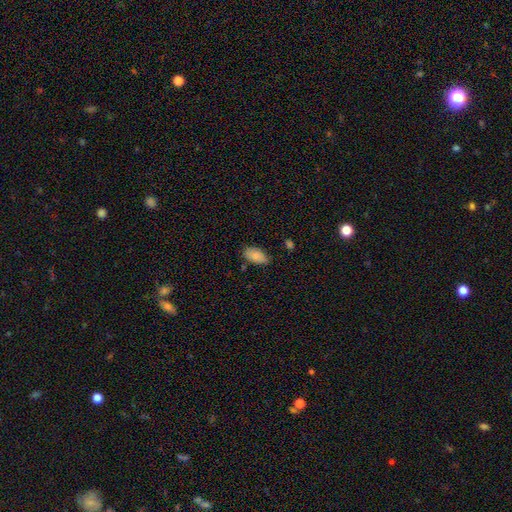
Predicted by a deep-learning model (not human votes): Morphology: type=smooth (87%); roundness=in between (93%); merging=none (78%).